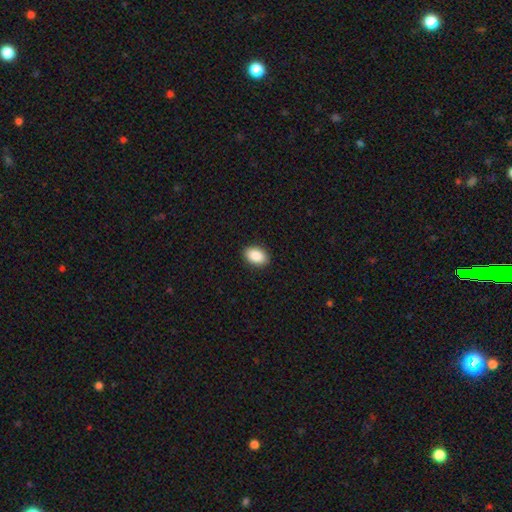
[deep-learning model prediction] Smooth or featured: smooth — 89% (star or artifact — 7%)
How rounded: in between — 88% (round — 11%)
Merging: none — 90% (minor disturbance — 7%)